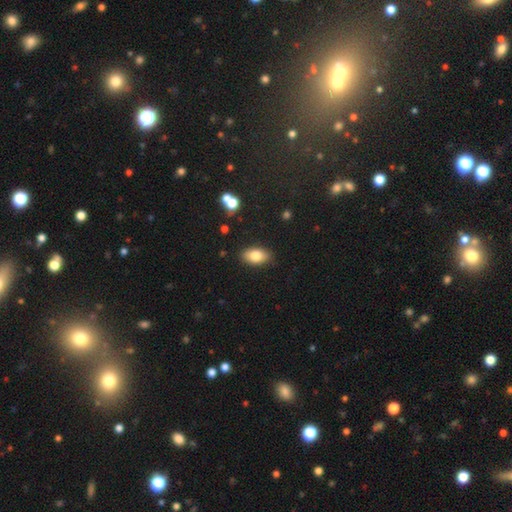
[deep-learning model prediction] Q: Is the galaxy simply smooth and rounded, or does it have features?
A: smooth — 79%.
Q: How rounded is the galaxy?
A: in between — 91%.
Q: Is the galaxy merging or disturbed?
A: none — 86%.